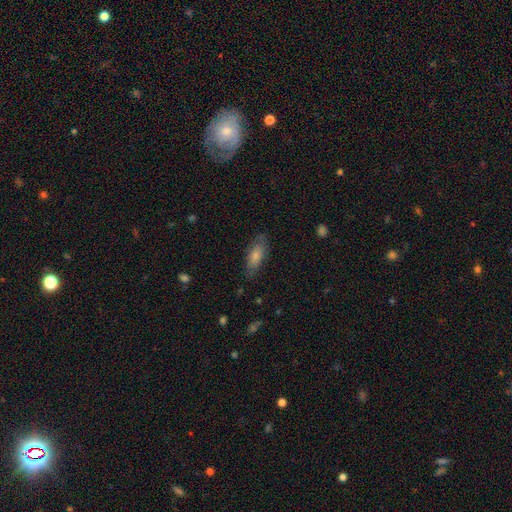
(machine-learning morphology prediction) Smooth or featured? Predicted: smooth (p=0.76). How rounded? Predicted: in between (p=0.74). Merging? Predicted: none (p=0.76).